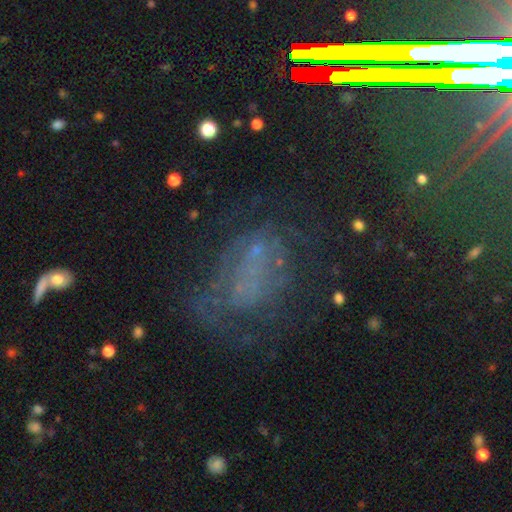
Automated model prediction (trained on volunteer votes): smooth-or-featured: featured or disk: 48% | smooth: 26% | star or artifact: 25%
  merging: none: 44% | major disturbance: 31% | minor disturbance: 21% | merger: 4%